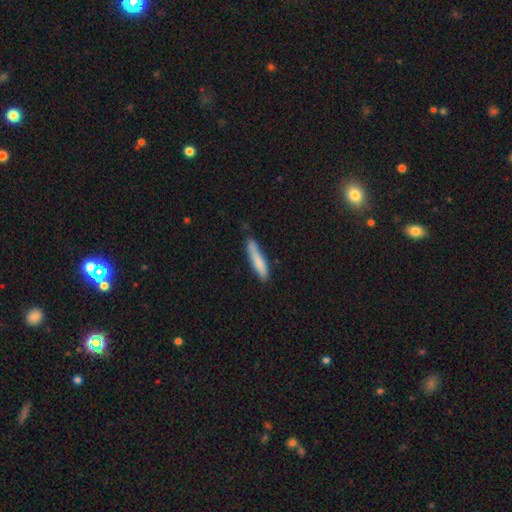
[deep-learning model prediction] Smooth or featured? Predicted: smooth (p=0.80). How rounded? Predicted: cigar-shaped (p=0.89). Merging? Predicted: none (p=0.75).